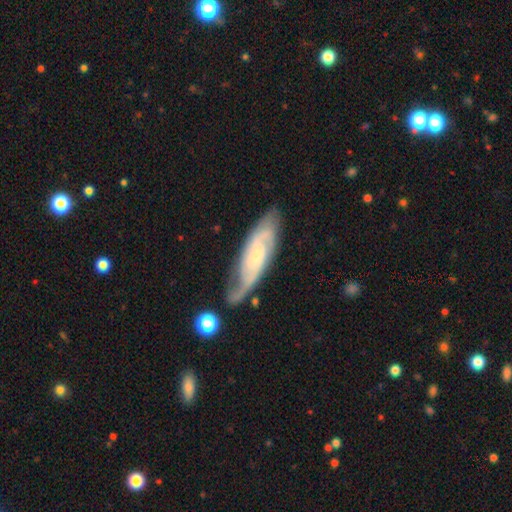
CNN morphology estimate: Smooth or featured?
  - featured or disk: 81% *
  - smooth: 14%
  - star or artifact: 5%
Edge-on disk?
  - no: 88% *
  - yes: 12%
Bar?
  - no: 54% *
  - weak: 36%
  - strong: 10%
Spiral arms?
  - yes: 96% *
  - no: 4%
Spiral winding?
  - medium: 45% *
  - tight: 41%
  - loose: 14%
Spiral arm count?
  - 2: 75% *
  - can't tell: 12%
  - 3: 6%
  - 1: 3%
  - 4: 2%
  - more than 4: 2%
Bulge size?
  - small: 62% *
  - moderate: 22%
  - none: 12%
  - large: 3%
  - dominant: 1%
Merging?
  - none: 70% *
  - minor disturbance: 20%
  - major disturbance: 7%
  - merger: 3%